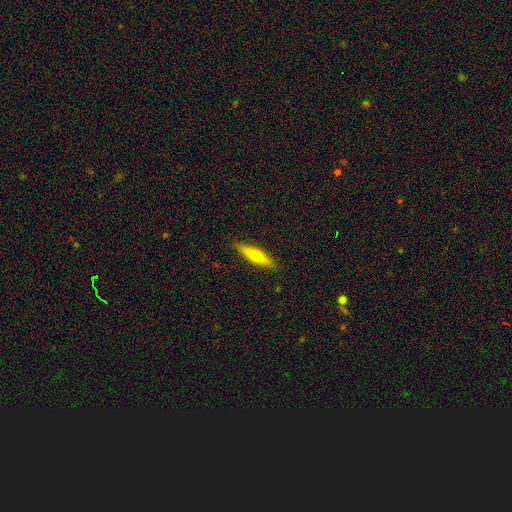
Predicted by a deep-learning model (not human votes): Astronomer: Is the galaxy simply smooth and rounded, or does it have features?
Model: smooth — 53% (runner-up: featured or disk, 42%).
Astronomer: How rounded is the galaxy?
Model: cigar-shaped — 78%.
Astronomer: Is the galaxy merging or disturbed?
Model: none — 90%.